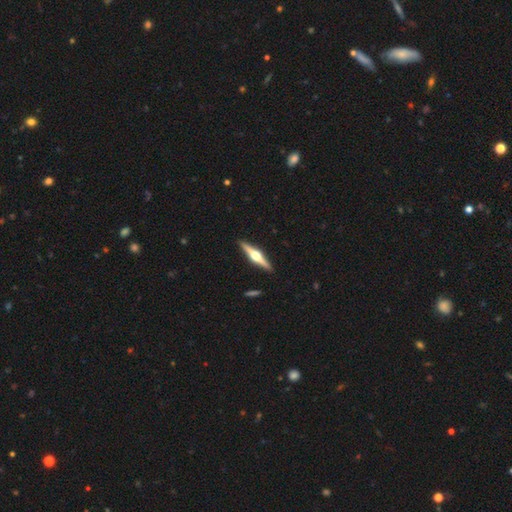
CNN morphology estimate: Q: Smooth or featured?
A: featured or disk (77%); runner-up: smooth (18%)
Q: Edge-on disk?
A: yes (98%); runner-up: no (2%)
Q: Edge-on bulge?
A: rounded (96%); runner-up: boxy (3%)
Q: Merging?
A: none (92%); runner-up: minor disturbance (6%)